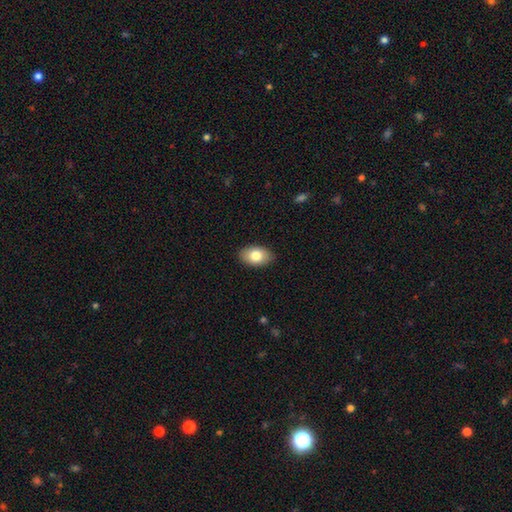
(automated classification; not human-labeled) Smooth or featured: smooth — 80% (featured or disk — 13%)
How rounded: in between — 89% (round — 10%)
Merging: none — 88% (minor disturbance — 9%)